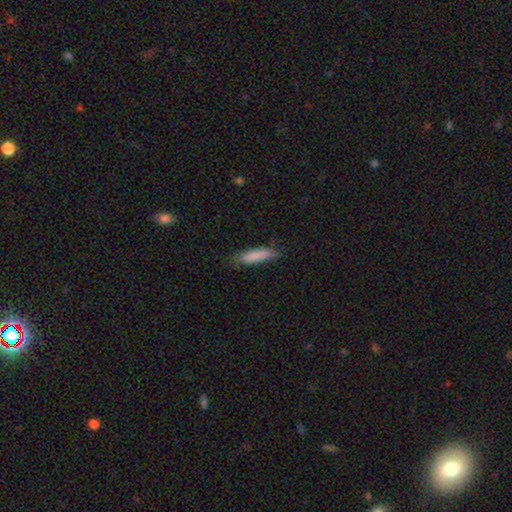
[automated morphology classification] A smooth galaxy with no disk features (84%) that is cigar-shaped (67%).

Vote fractions:
- Smooth or featured? smooth: 84% / featured or disk: 10% / star or artifact: 6%
- How rounded? cigar-shaped: 67% / in between: 32% / round: 1%
- Merging? none: 75% / minor disturbance: 20% / major disturbance: 4% / merger: 1%